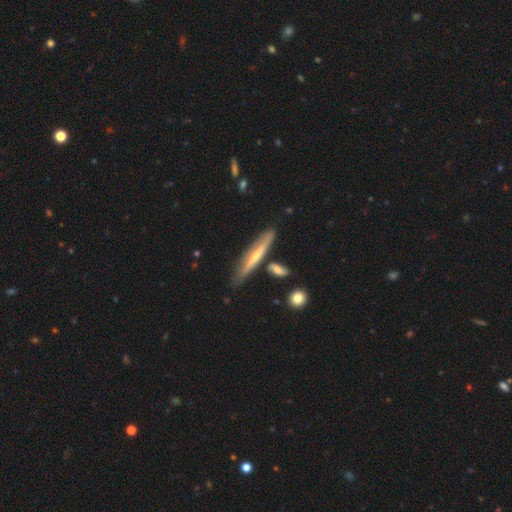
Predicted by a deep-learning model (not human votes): featured or disk 59%, smooth 35%, star or artifact 6%. Down the decision tree: edge-on disk — yes (87%); edge-on bulge — rounded (50%); merging — none (75%).